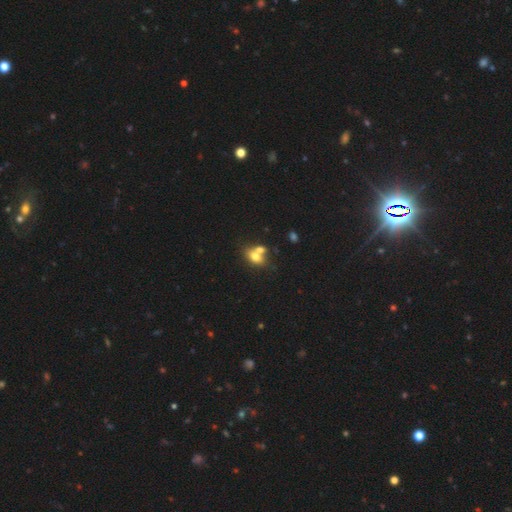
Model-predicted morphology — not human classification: smooth 72%, featured or disk 18%, star or artifact 11%. Down the decision tree: how rounded — in between (73%); merging — merger (49%).